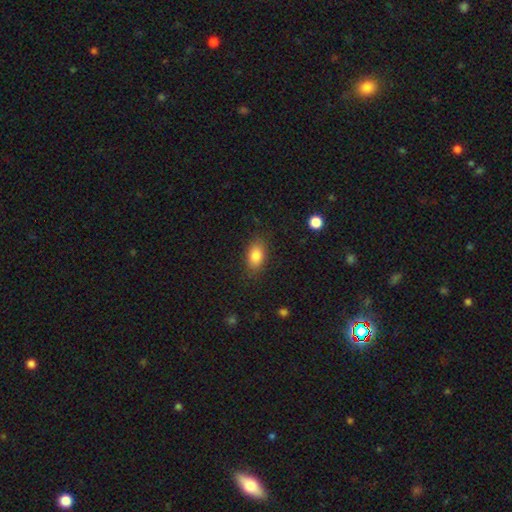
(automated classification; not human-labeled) smooth-or-featured: smooth: 84% | star or artifact: 8% | featured or disk: 8%
  how-rounded: in between: 88% | round: 9% | cigar-shaped: 4%
  merging: none: 83% | minor disturbance: 12% | major disturbance: 4% | merger: 1%